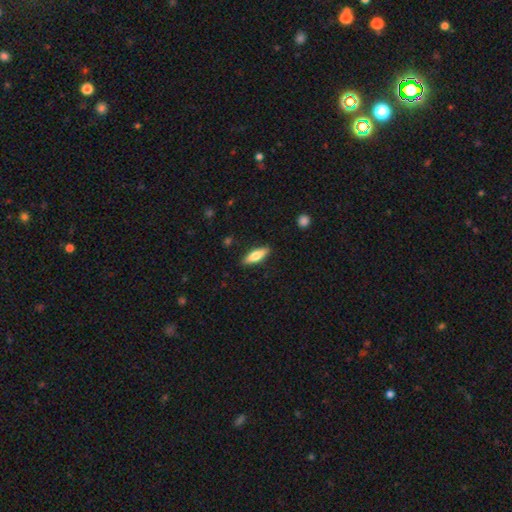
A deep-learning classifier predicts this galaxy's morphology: A smooth galaxy with no disk features (71%) that is in between round and cigar-shaped (52%). Merging: none (88%).